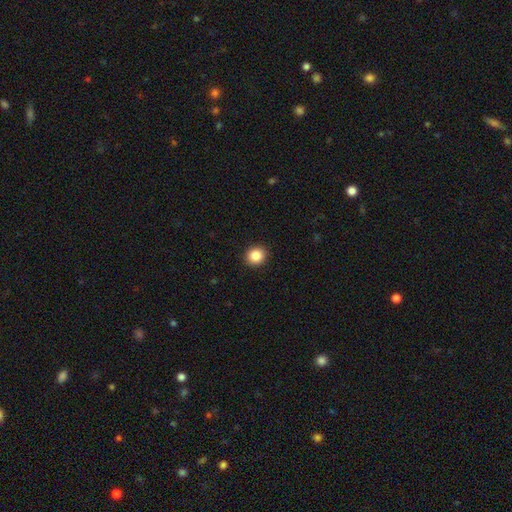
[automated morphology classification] Smooth or featured: smooth — 87% (star or artifact — 9%)
How rounded: round — 82% (in between — 17%)
Merging: none — 92% (minor disturbance — 6%)